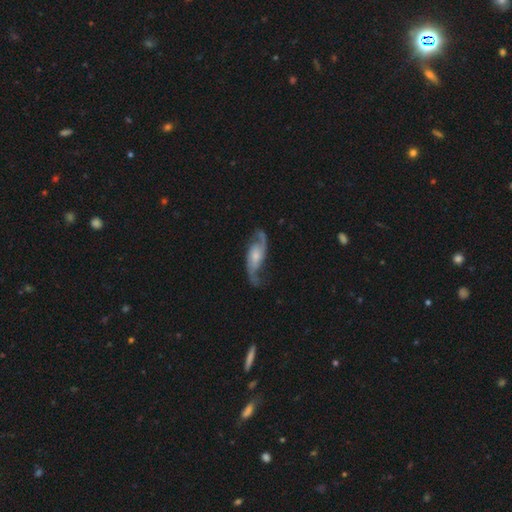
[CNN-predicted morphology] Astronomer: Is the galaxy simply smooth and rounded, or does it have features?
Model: featured or disk — 85%.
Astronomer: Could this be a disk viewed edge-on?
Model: no — 94%.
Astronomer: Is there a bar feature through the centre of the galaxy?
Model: no — 55% (runner-up: weak, 34%).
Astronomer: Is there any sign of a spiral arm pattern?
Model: yes — 96%.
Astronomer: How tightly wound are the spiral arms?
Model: loose — 61%.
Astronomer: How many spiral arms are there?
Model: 2 — 91%.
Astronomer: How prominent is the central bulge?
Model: small — 45% (runner-up: moderate, 37%).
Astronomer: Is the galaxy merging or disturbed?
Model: none — 71%.